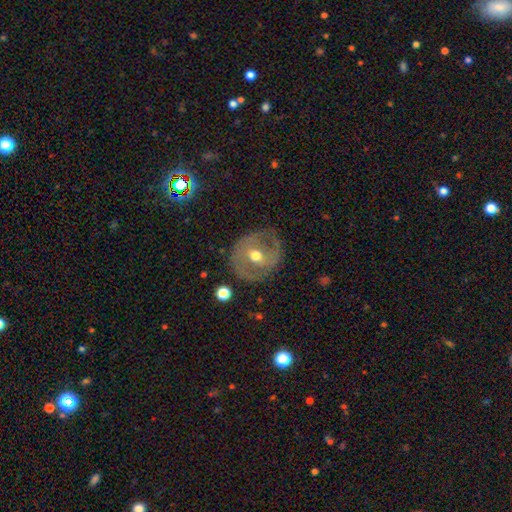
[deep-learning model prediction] Morphology: type=featured or disk (64%); edge-on=no (96%); bar=no (56%); spiral arms=yes (51%); bulge=moderate (79%); merging=none (69%).